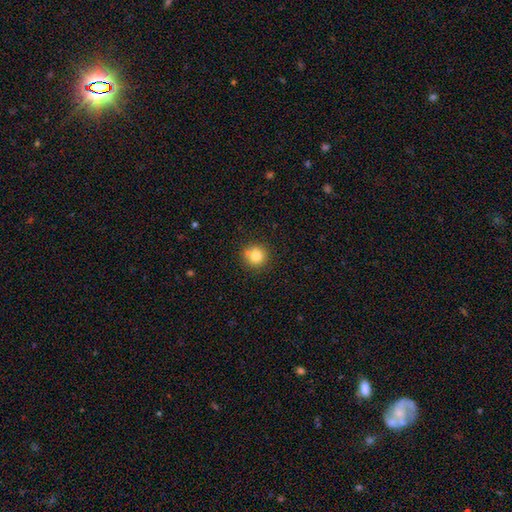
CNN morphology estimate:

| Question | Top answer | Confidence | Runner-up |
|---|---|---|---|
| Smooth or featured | smooth | 80% | star or artifact (11%) |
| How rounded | round | 93% | in between (6%) |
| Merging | none | 80% | minor disturbance (10%) |